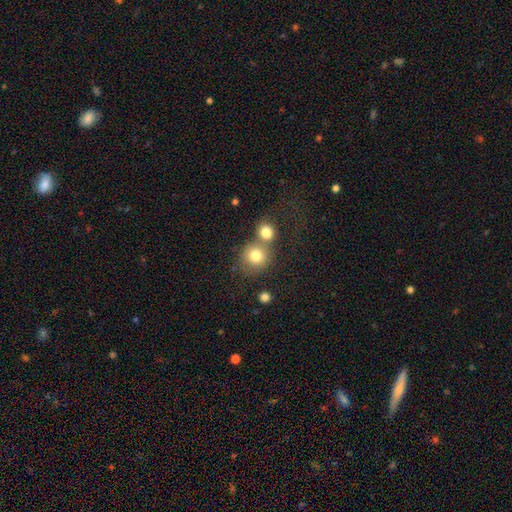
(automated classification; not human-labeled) This appears to be a smooth galaxy with no disk features (79%) that is round (85%). Merging: merger (45%).